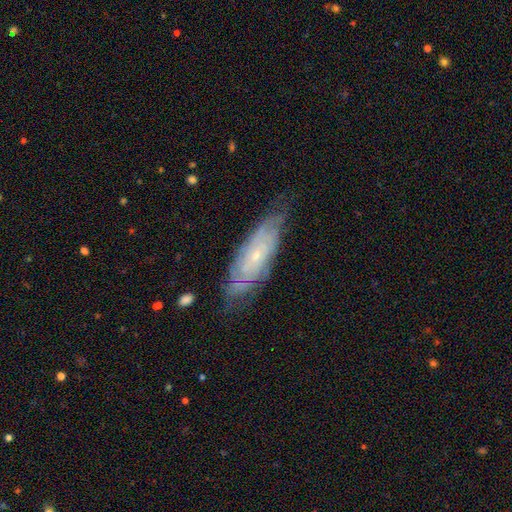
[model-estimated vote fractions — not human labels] Q: Smooth or featured?
A: featured or disk (71%); runner-up: smooth (21%)
Q: Edge-on disk?
A: no (81%); runner-up: yes (19%)
Q: Bar?
A: no (76%); runner-up: weak (20%)
Q: Spiral arms?
A: yes (85%); runner-up: no (15%)
Q: Bulge size?
A: small (80%); runner-up: moderate (15%)
Q: Merging?
A: none (68%); runner-up: minor disturbance (24%)